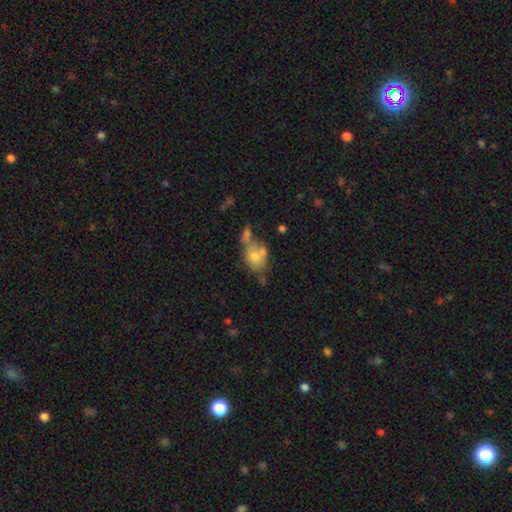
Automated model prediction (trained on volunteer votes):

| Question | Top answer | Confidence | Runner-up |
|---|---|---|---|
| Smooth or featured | smooth | 67% | featured or disk (24%) |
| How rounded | in between | 67% | round (31%) |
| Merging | merger | 37% | none (34%) |